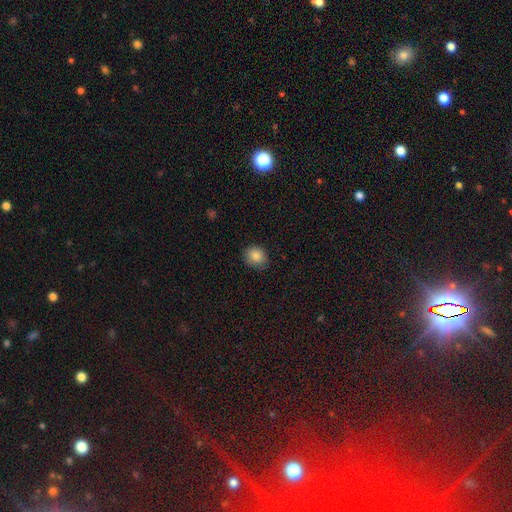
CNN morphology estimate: smooth-or-featured: smooth: 86% | star or artifact: 9% | featured or disk: 4%
  how-rounded: round: 64% | in between: 35% | cigar-shaped: 1%
  merging: none: 82% | minor disturbance: 14% | major disturbance: 3% | merger: 1%